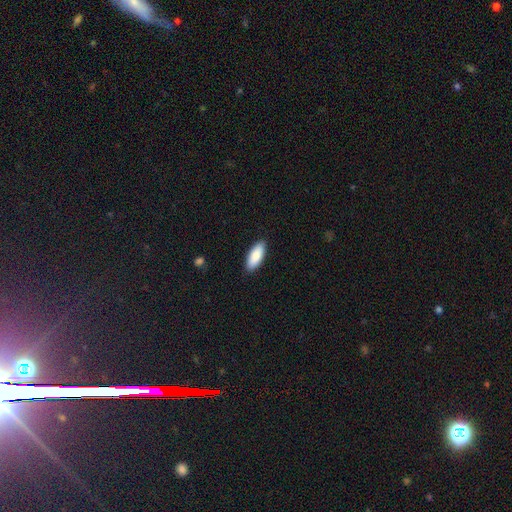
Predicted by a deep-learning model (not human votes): Q: Smooth or featured?
A: smooth (87%); runner-up: featured or disk (7%)
Q: How rounded?
A: in between (82%); runner-up: cigar-shaped (17%)
Q: Merging?
A: none (89%); runner-up: minor disturbance (8%)